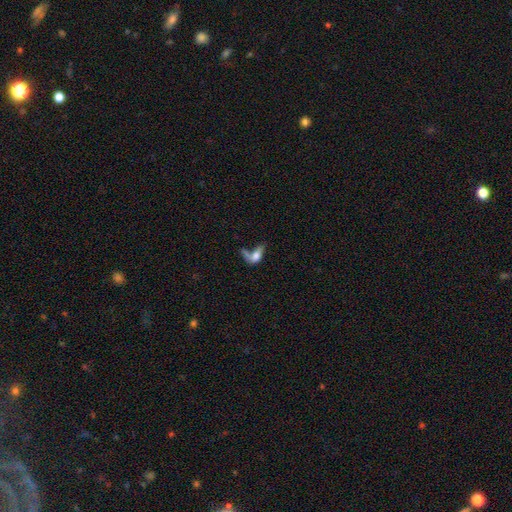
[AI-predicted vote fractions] Q: Smooth or featured?
A: smooth (59%); runner-up: featured or disk (29%)
Q: How rounded?
A: in between (76%); runner-up: cigar-shaped (14%)
Q: Merging?
A: merger (35%); runner-up: major disturbance (33%)